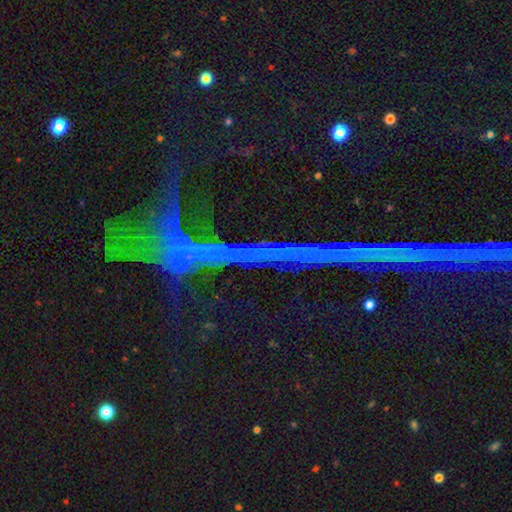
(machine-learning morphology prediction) Smooth or featured?
  - star or artifact: 84% *
  - featured or disk: 9%
  - smooth: 8%